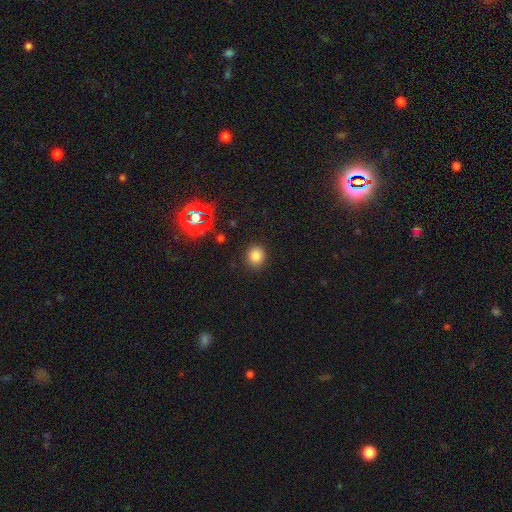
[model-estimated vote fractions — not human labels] Smooth or featured? Predicted: smooth (p=0.79). How rounded? Predicted: round (p=0.84). Merging? Predicted: none (p=0.88).